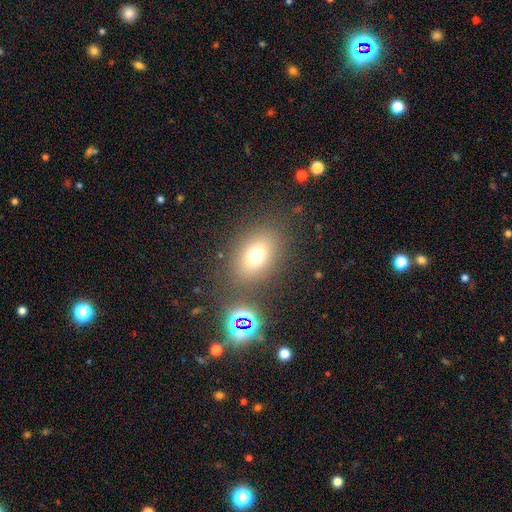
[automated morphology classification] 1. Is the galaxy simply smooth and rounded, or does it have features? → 70% smooth, 17% star or artifact, 13% featured or disk.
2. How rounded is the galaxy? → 70% in between, 28% round, 2% cigar-shaped.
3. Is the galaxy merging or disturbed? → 79% none, 10% minor disturbance, 6% merger, 5% major disturbance.